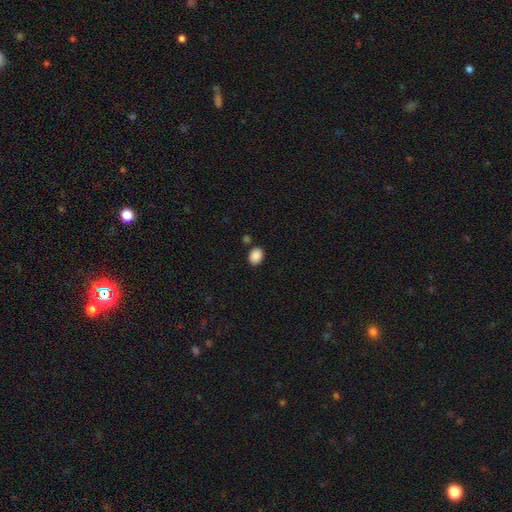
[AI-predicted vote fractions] Morphology: type=smooth (89%); roundness=in between (63%); merging=none (82%).